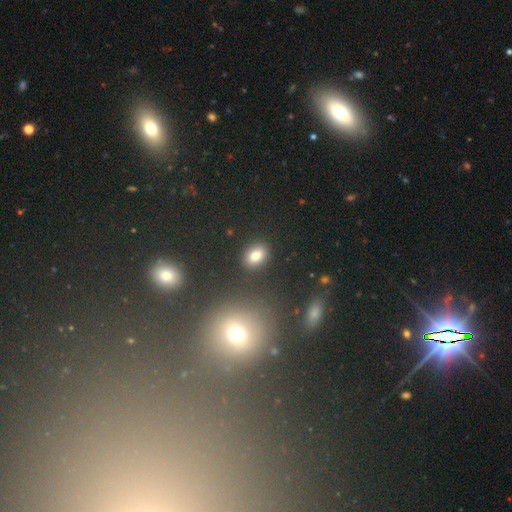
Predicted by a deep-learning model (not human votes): Smooth or featured: smooth — 79% (star or artifact — 13%)
How rounded: in between — 61% (round — 37%)
Merging: none — 86% (minor disturbance — 8%)